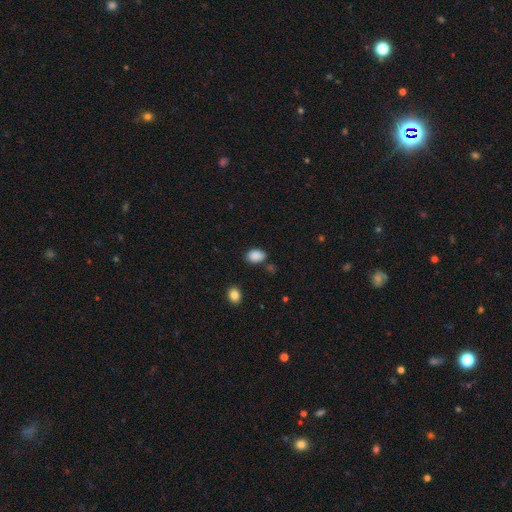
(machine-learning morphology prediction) Smooth or featured: smooth — 88% (star or artifact — 9%)
How rounded: in between — 82% (round — 17%)
Merging: none — 73% (minor disturbance — 19%)